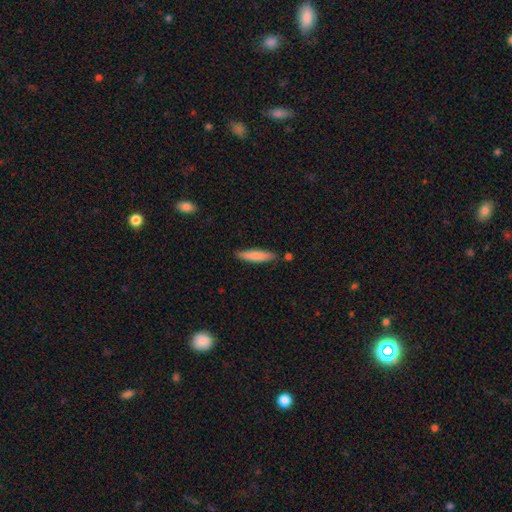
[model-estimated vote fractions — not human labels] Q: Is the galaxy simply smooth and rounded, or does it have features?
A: smooth — 78%.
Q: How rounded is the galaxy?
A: cigar-shaped — 84%.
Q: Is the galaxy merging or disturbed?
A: none — 82%.